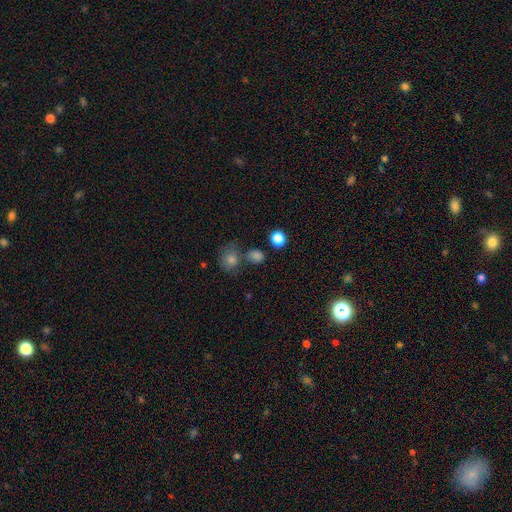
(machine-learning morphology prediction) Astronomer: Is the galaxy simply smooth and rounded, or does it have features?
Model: smooth — 80%.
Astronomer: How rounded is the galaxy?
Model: round — 68%.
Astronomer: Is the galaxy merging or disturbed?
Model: none — 67%.